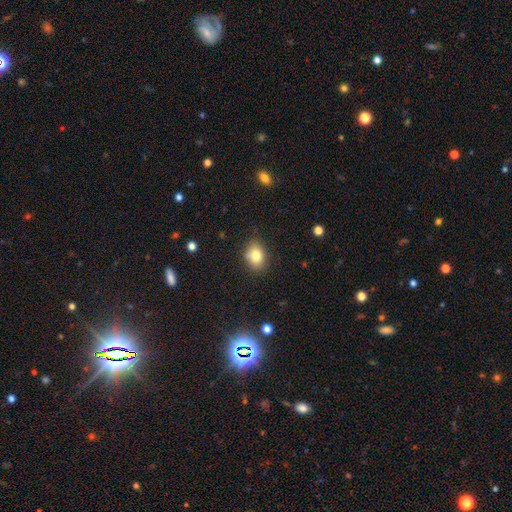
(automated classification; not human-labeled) A smooth galaxy with no disk features (81%) that is in between round and cigar-shaped (64%). Merging: none (80%).